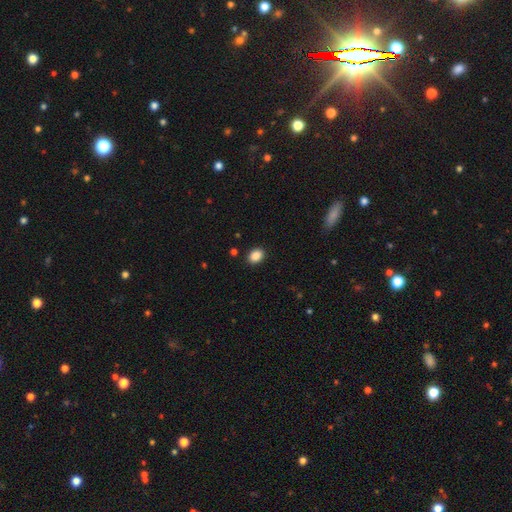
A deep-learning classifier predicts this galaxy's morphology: This appears to be a smooth galaxy with no disk features (88%) that is in between round and cigar-shaped (66%). Merging: none (90%).